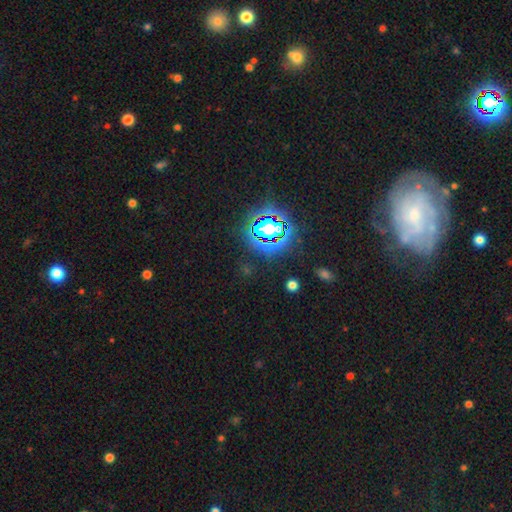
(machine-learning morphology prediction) Smooth or featured: star or artifact — 58% (featured or disk — 26%)